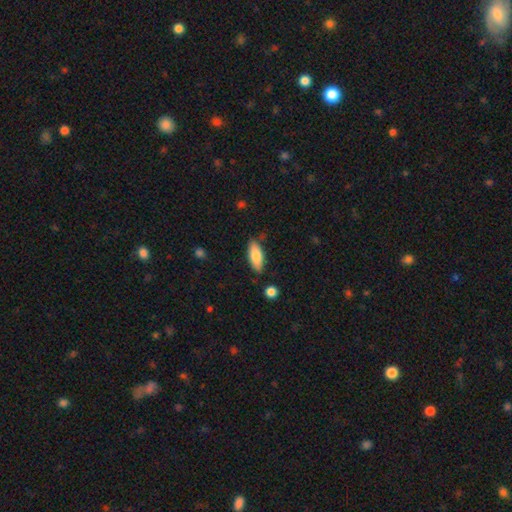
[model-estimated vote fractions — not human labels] smooth-or-featured: smooth: 81% | featured or disk: 13% | star or artifact: 6%
  how-rounded: in between: 76% | cigar-shaped: 22% | round: 2%
  merging: none: 78% | minor disturbance: 16% | major disturbance: 3% | merger: 3%